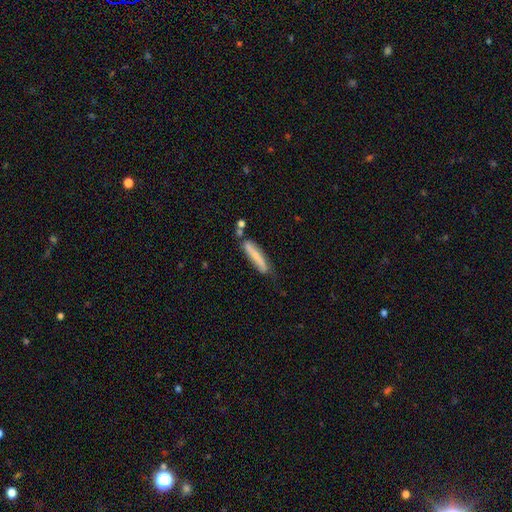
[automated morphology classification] type=smooth (62%); roundness=cigar-shaped (88%); merging=none (60%).